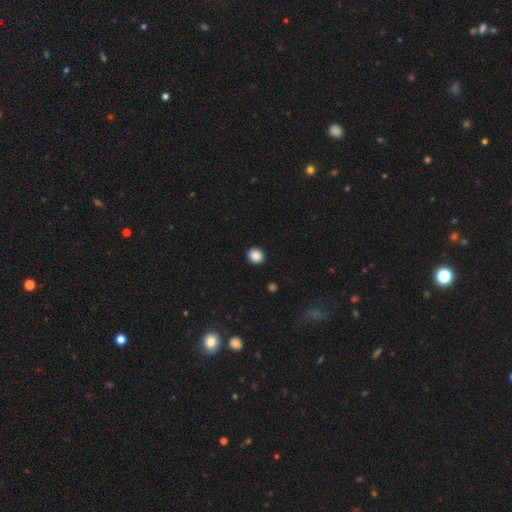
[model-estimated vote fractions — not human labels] This appears to be a smooth galaxy with no disk features (87%) that is round (83%). Merging: none (93%).